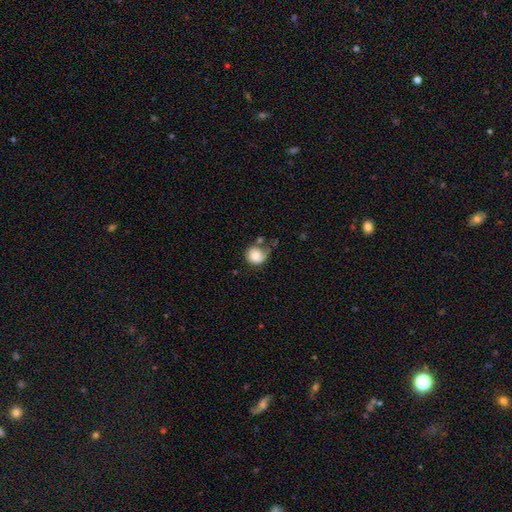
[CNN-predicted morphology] Smooth or featured? smooth (68%)
How rounded? round (81%)
Merging? none (35%)